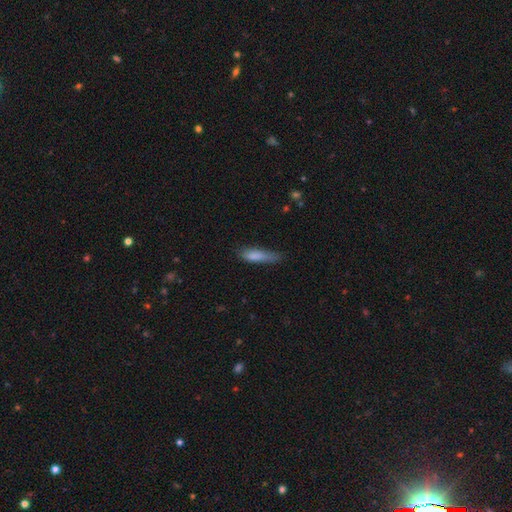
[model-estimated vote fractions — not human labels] Morphology: type=smooth (81%); roundness=cigar-shaped (69%); merging=none (52%).